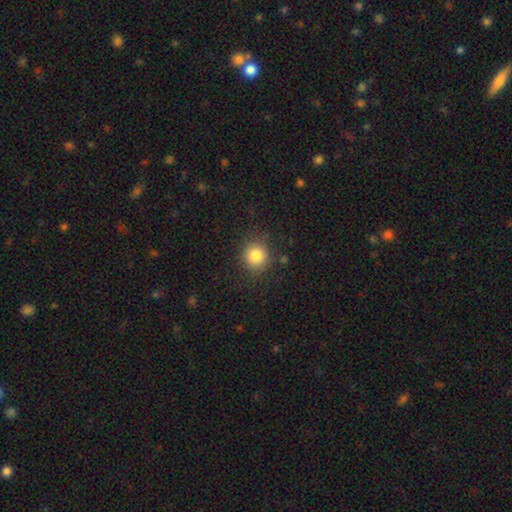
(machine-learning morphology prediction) smooth_or_featured: smooth (p=0.83) [alt: star or artifact p=0.11]
how_rounded: round (p=0.90) [alt: in between p=0.09]
merging: none (p=0.87) [alt: minor disturbance p=0.09]